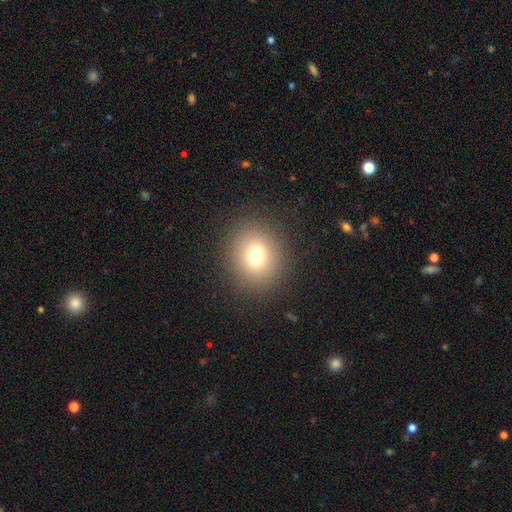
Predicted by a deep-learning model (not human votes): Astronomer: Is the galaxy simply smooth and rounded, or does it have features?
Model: smooth — 74%.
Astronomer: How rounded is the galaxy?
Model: round — 80%.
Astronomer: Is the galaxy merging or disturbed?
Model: none — 88%.